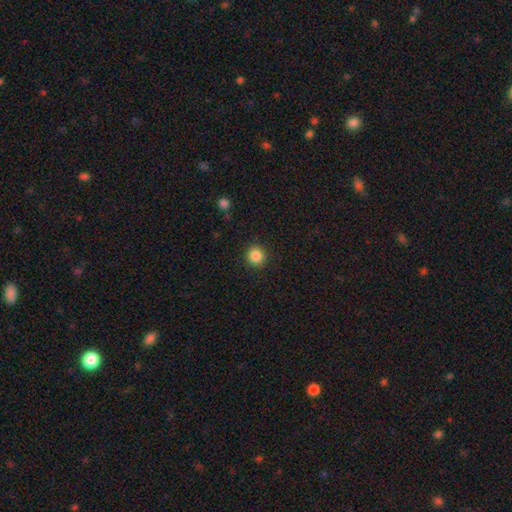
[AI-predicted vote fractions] This is clearly a smooth galaxy (86%). How rounded: clearly round (92%). Merging: clearly none (91%).